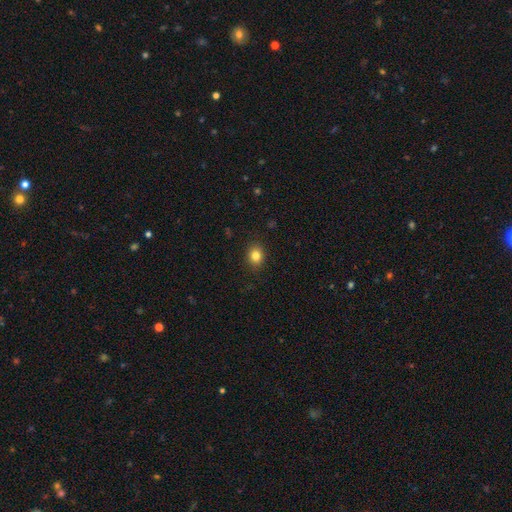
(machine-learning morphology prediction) A smooth galaxy with no disk features (82%) that is round (58%).

Vote fractions:
- Smooth or featured? smooth: 82% / star or artifact: 11% / featured or disk: 7%
- How rounded? round: 58% / in between: 41% / cigar-shaped: 1%
- Merging? none: 89% / minor disturbance: 8% / major disturbance: 2% / merger: 1%